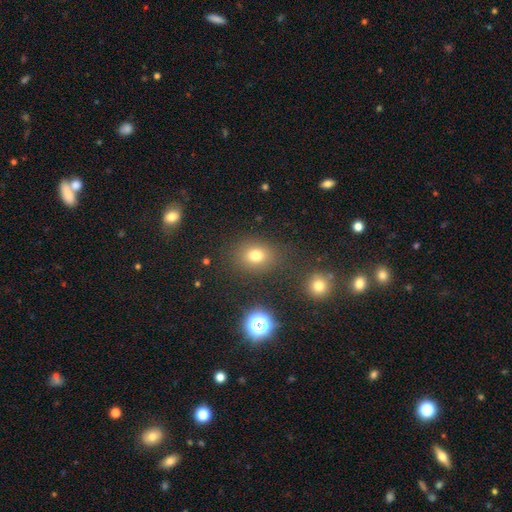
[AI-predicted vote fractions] Smooth or featured? Predicted: smooth (p=0.74). How rounded? Predicted: round (p=0.58). Merging? Predicted: none (p=0.80).